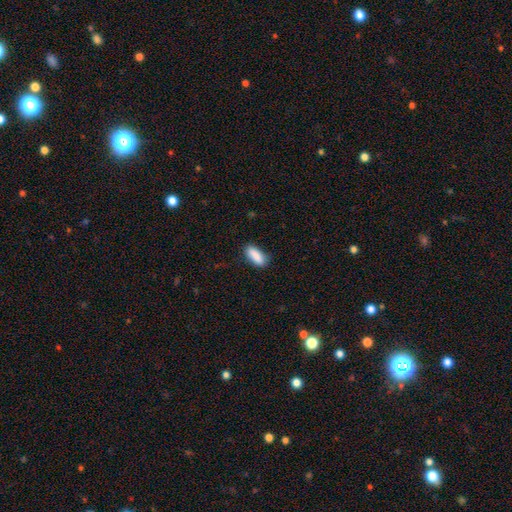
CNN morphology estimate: smooth-or-featured: smooth: 88% | star or artifact: 7% | featured or disk: 5%
  how-rounded: in between: 72% | cigar-shaped: 26% | round: 2%
  merging: none: 82% | minor disturbance: 14% | major disturbance: 3% | merger: 1%